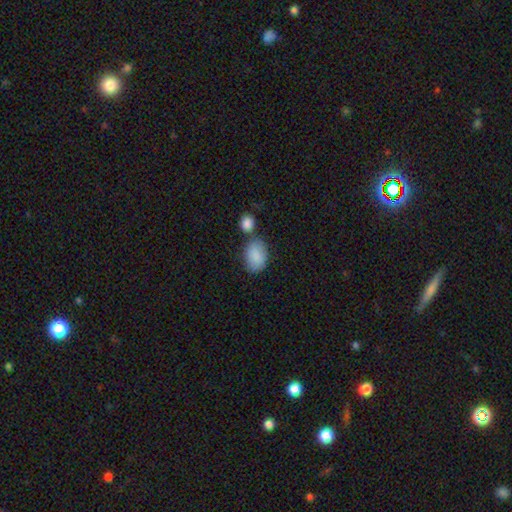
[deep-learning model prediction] Smooth or featured? Predicted: smooth (p=0.87). How rounded? Predicted: in between (p=0.82). Merging? Predicted: none (p=0.57).